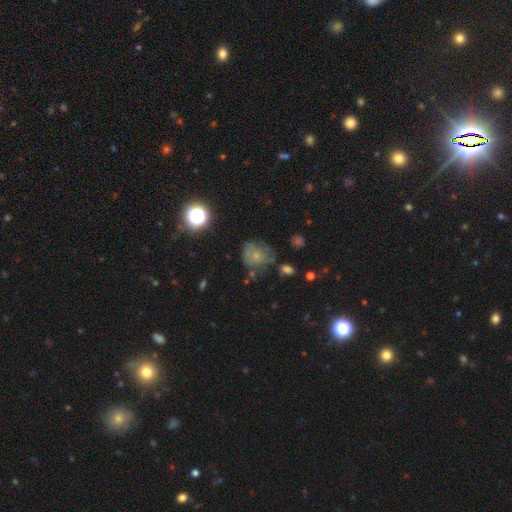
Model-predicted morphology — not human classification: This appears to be a smooth galaxy with no disk features (49%). Merging: none (48%).